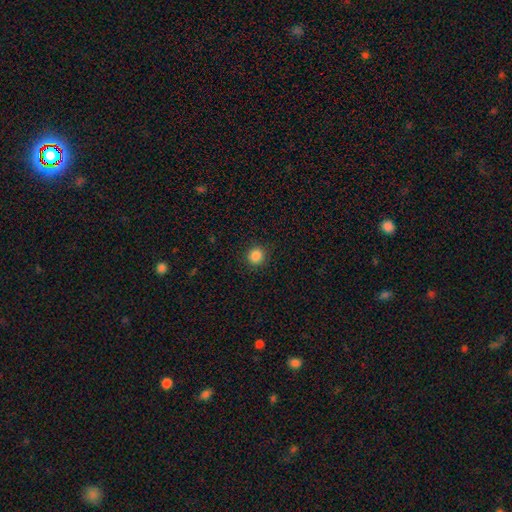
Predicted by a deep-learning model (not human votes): Q: Smooth or featured?
A: smooth (86%); runner-up: star or artifact (11%)
Q: How rounded?
A: round (92%); runner-up: in between (7%)
Q: Merging?
A: none (90%); runner-up: minor disturbance (6%)